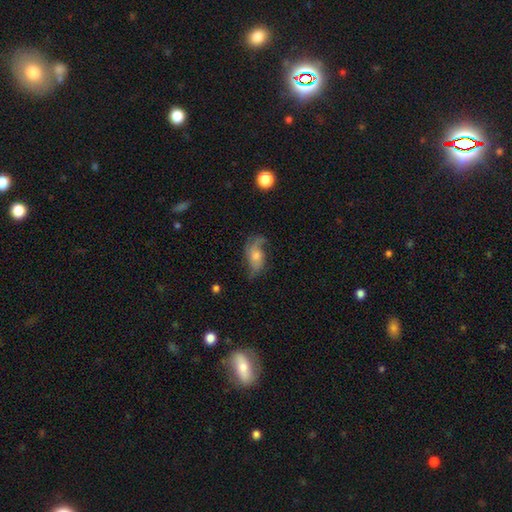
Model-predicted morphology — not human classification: The model was most divided on "bulge size": moderate: 52%, small: 30%, large: 10%, none: 6%, dominant: 2%. More confident: edge-on disk — no (92%); spiral arms — yes (89%); spiral arm count — 2 (80%); bar — no (66%); smooth or featured — featured or disk (66%); spiral winding — loose (66%); merging — none (60%).